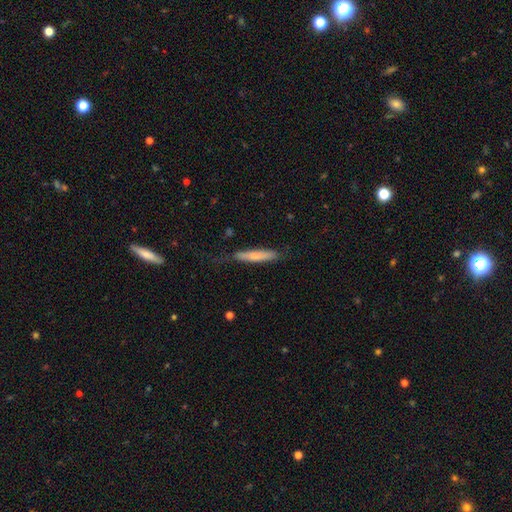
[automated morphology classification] Smooth or featured? smooth (71%)
How rounded? cigar-shaped (92%)
Merging? none (74%)